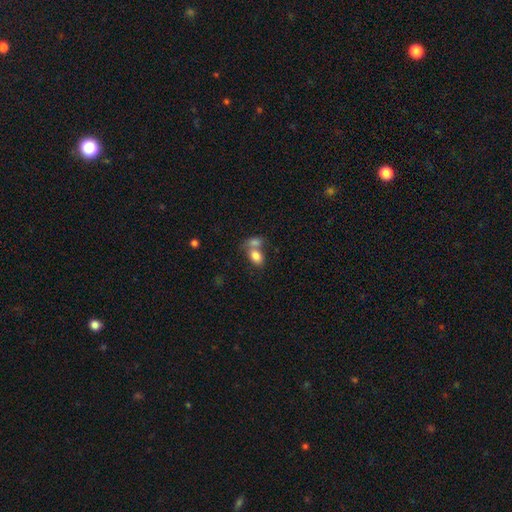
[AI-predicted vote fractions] Smooth or featured? smooth (81%)
How rounded? in between (85%)
Merging? merger (55%)